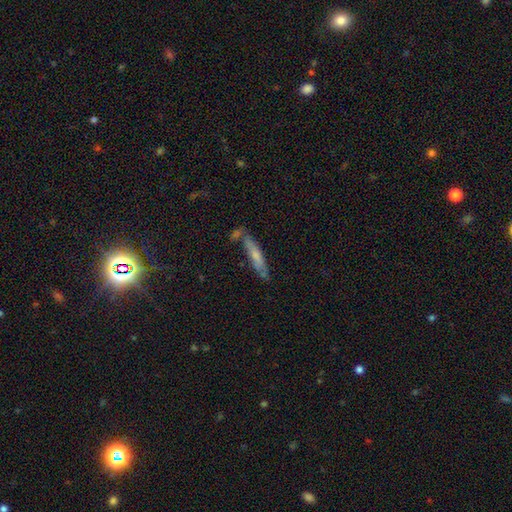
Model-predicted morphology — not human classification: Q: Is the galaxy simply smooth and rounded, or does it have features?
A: smooth — 58%.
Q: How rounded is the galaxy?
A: cigar-shaped — 87%.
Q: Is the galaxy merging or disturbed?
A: none — 64%.